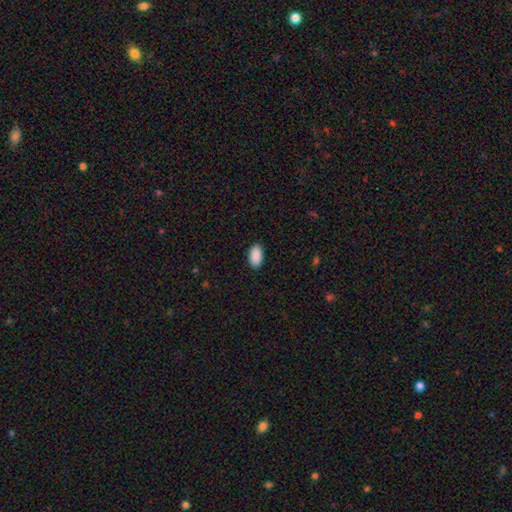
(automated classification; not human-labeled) Q: Smooth or featured?
A: smooth (91%); runner-up: star or artifact (6%)
Q: How rounded?
A: in between (95%); runner-up: round (3%)
Q: Merging?
A: none (90%); runner-up: minor disturbance (8%)